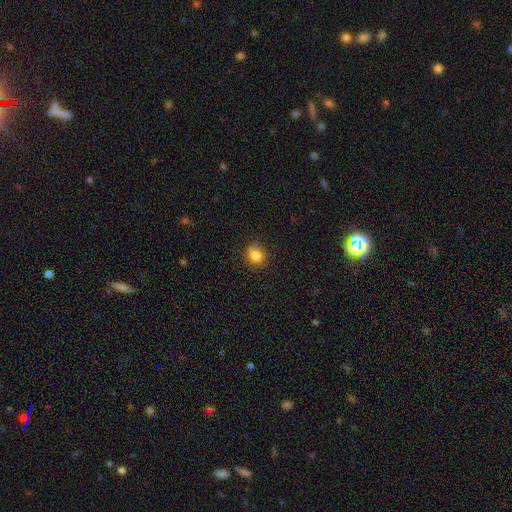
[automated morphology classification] smooth_or_featured: smooth (p=0.81) [alt: star or artifact p=0.12]
how_rounded: round (p=0.81) [alt: in between p=0.19]
merging: none (p=0.64) [alt: minor disturbance p=0.21]